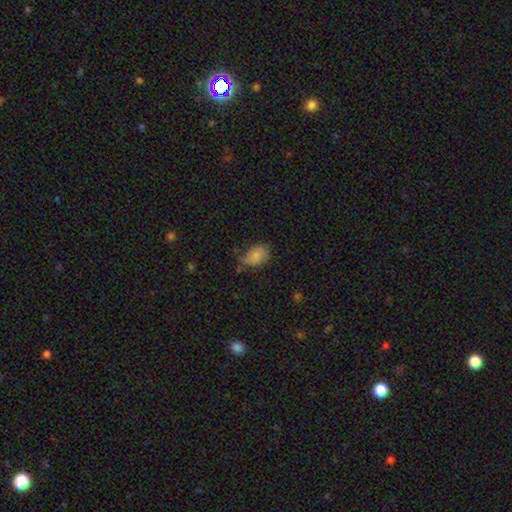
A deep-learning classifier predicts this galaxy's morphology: Smooth or featured? Predicted: smooth (p=0.76). How rounded? Predicted: in between (p=0.87). Merging? Predicted: none (p=0.50).